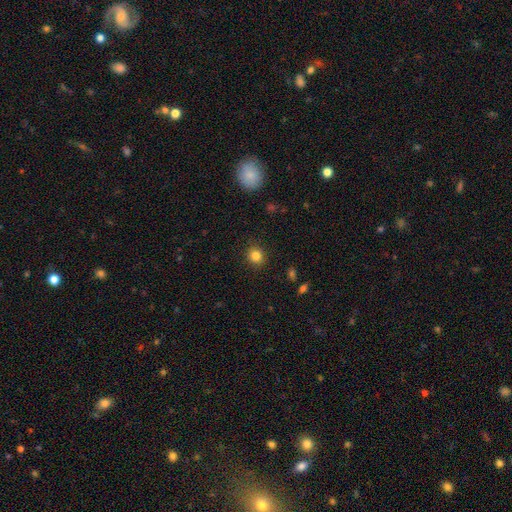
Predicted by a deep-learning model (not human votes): A smooth galaxy with no disk features (83%) that is round (88%).

Vote fractions:
- Smooth or featured? smooth: 83% / star or artifact: 12% / featured or disk: 5%
- How rounded? round: 88% / in between: 11% / cigar-shaped: 1%
- Merging? none: 90% / minor disturbance: 6% / major disturbance: 2% / merger: 1%